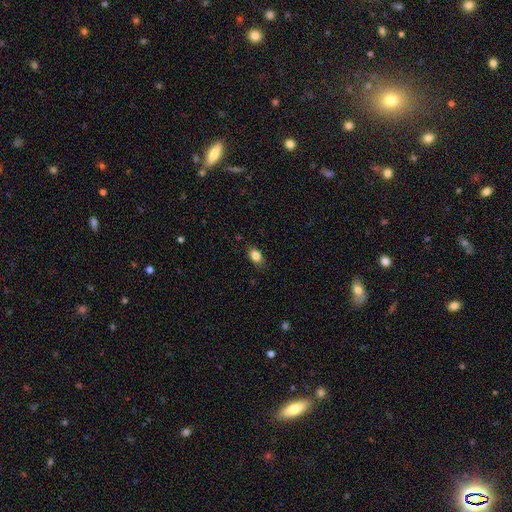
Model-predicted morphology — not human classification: type=smooth (84%); roundness=in between (81%); merging=none (81%).